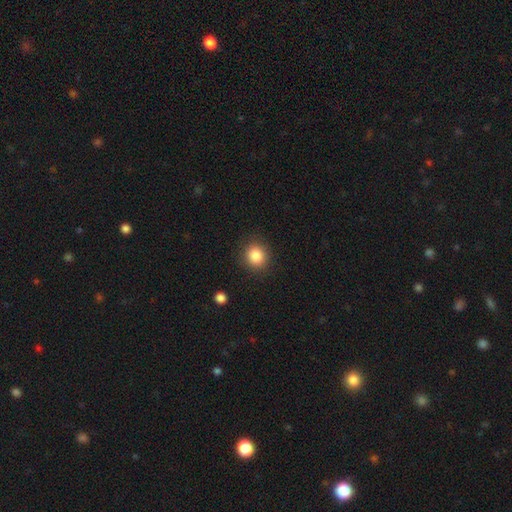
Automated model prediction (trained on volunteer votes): Smooth or featured? smooth (86%)
How rounded? round (83%)
Merging? none (88%)